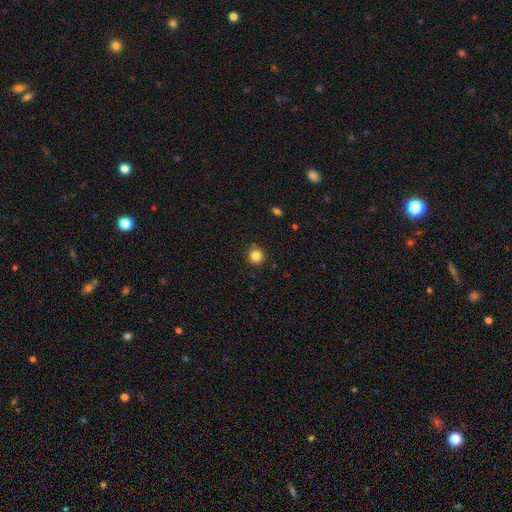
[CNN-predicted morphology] Q: Smooth or featured?
A: smooth (84%); runner-up: star or artifact (12%)
Q: How rounded?
A: round (94%); runner-up: in between (5%)
Q: Merging?
A: none (89%); runner-up: minor disturbance (7%)